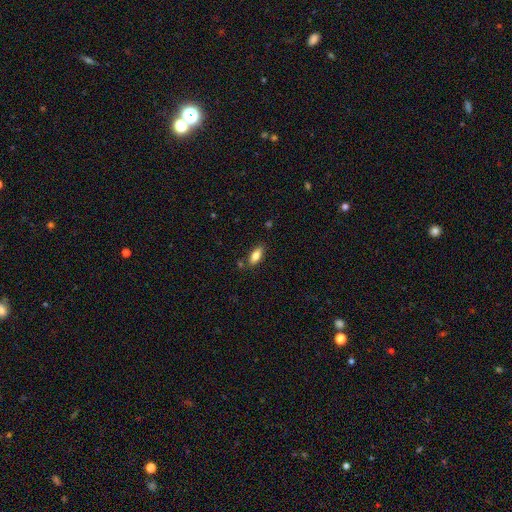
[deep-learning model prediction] A smooth galaxy with no disk features (81%) that is in between round and cigar-shaped (84%).

Vote fractions:
- Smooth or featured? smooth: 81% / featured or disk: 11% / star or artifact: 7%
- How rounded? in between: 84% / cigar-shaped: 14% / round: 2%
- Merging? none: 81% / minor disturbance: 13% / merger: 4% / major disturbance: 3%